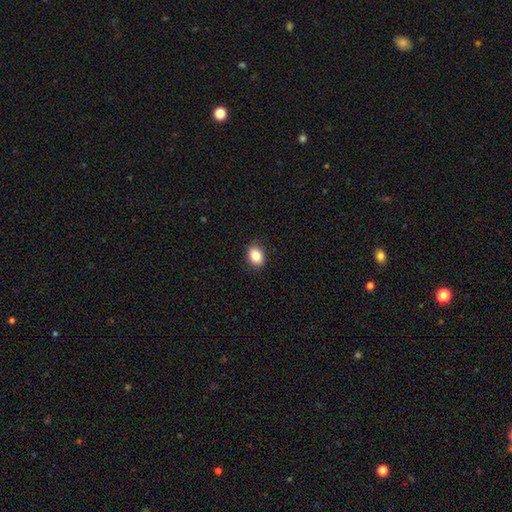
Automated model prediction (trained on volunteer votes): Morphology: type=smooth (85%); roundness=in between (68%); merging=none (88%).